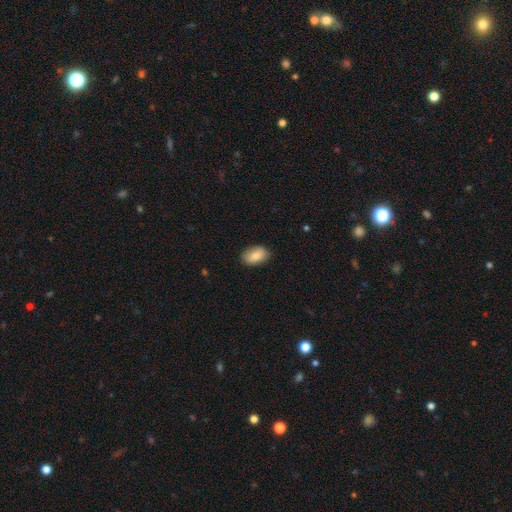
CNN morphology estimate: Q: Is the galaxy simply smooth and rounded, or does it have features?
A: smooth — 82%.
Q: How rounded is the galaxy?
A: in between — 90%.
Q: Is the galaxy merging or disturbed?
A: none — 84%.